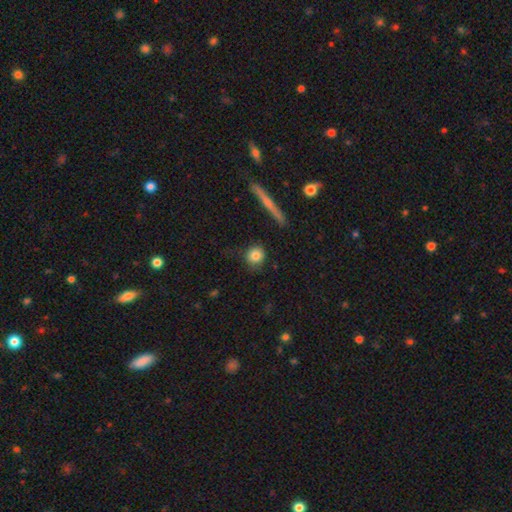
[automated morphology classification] type=smooth (82%); roundness=round (85%); merging=none (81%).